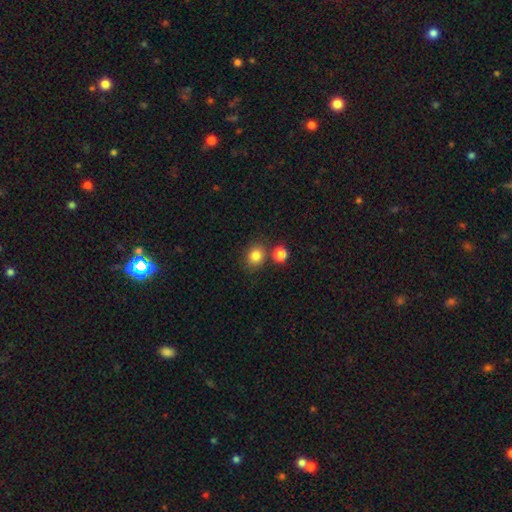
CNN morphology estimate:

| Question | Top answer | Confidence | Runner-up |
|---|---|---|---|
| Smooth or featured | smooth | 82% | star or artifact (11%) |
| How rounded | round | 72% | in between (28%) |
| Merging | none | 74% | merger (13%) |